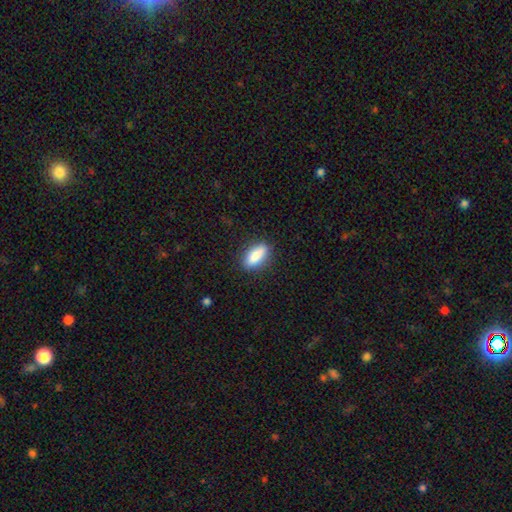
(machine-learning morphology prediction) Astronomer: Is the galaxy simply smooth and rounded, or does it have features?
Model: smooth — 84%.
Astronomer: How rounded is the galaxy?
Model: in between — 73%.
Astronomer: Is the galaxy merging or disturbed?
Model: none — 85%.